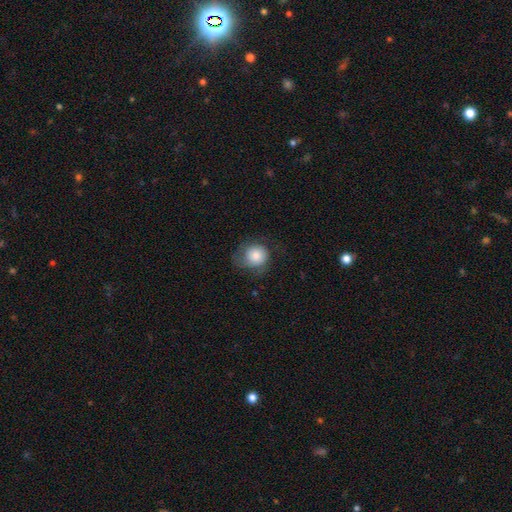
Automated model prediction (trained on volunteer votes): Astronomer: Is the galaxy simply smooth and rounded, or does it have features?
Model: smooth — 73%.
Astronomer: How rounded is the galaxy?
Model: round — 83%.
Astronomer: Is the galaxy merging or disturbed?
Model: none — 55%.